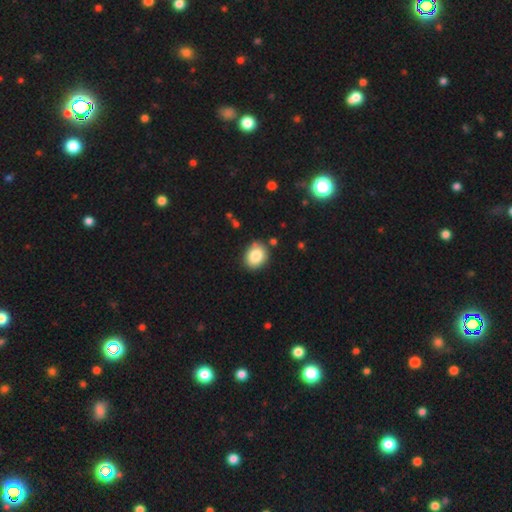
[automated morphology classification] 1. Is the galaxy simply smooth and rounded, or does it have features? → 83% smooth, 9% star or artifact, 8% featured or disk.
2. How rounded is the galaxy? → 50% round, 49% in between, 1% cigar-shaped.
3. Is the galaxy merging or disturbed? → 84% none, 11% minor disturbance, 3% merger, 2% major disturbance.